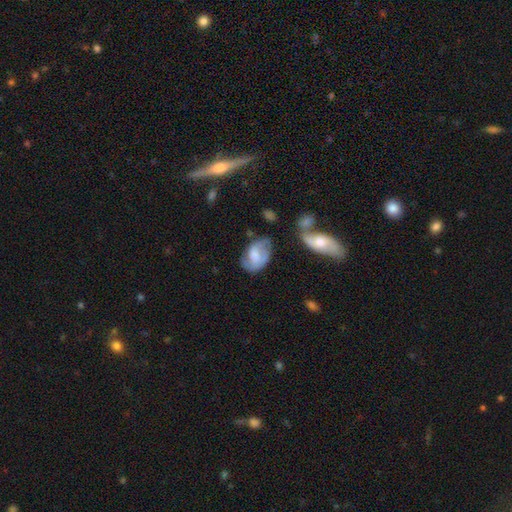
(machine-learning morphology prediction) Q: Smooth or featured?
A: featured or disk (50%); runner-up: smooth (43%)
Q: Edge-on disk?
A: no (96%); runner-up: yes (4%)
Q: Merging?
A: none (49%); runner-up: minor disturbance (29%)